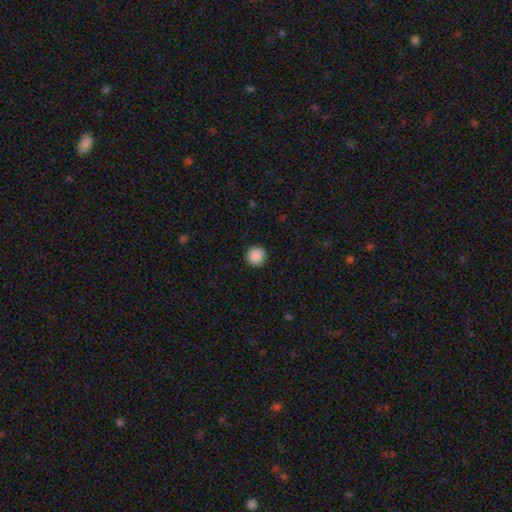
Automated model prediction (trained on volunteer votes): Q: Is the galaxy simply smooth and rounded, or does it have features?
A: smooth — 89%.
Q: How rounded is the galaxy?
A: round — 95%.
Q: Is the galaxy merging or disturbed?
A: none — 91%.